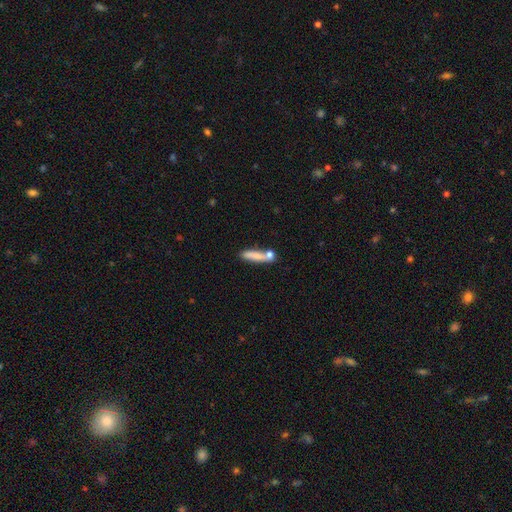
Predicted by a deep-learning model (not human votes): smooth 75%, featured or disk 18%, star or artifact 8%. Down the decision tree: how rounded — cigar-shaped (77%); merging — none (53%).